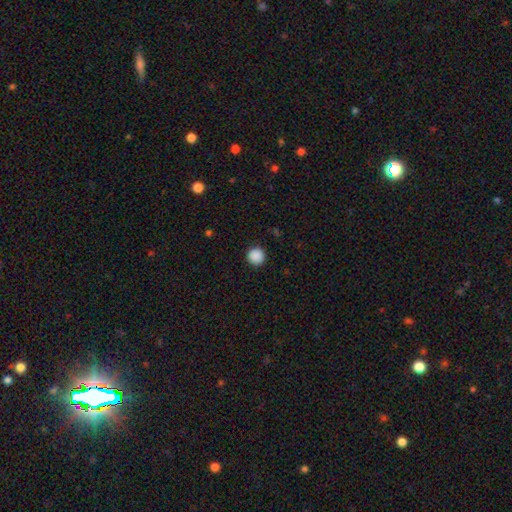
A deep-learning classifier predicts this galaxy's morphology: smooth-or-featured: smooth: 89% | star or artifact: 9% | featured or disk: 2%
  how-rounded: round: 95% | in between: 4% | cigar-shaped: 1%
  merging: none: 92% | minor disturbance: 5% | major disturbance: 2% | merger: 1%